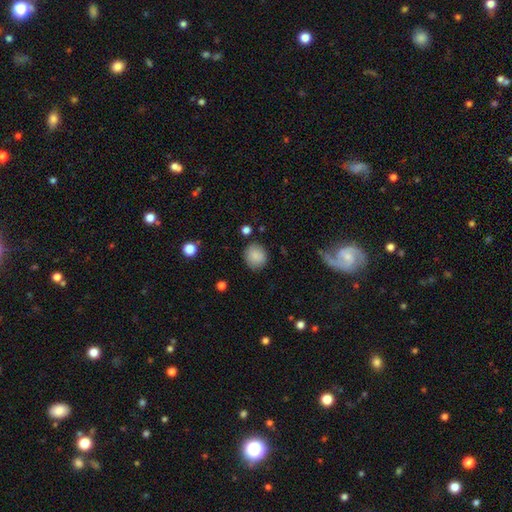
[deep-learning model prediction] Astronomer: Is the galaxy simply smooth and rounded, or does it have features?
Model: smooth — 87%.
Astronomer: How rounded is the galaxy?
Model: round — 86%.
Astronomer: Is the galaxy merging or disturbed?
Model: none — 86%.